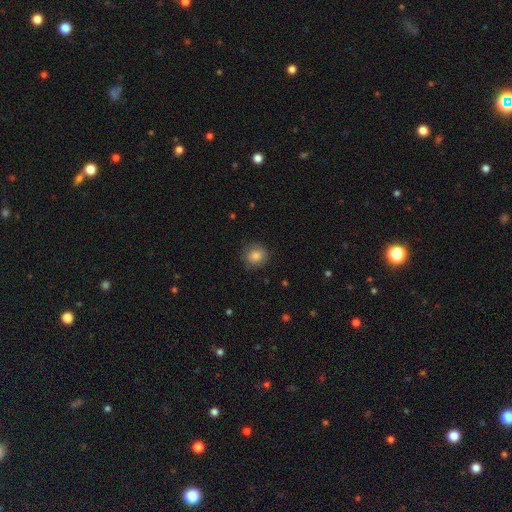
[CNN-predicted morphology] type=smooth (83%); roundness=round (84%); merging=none (84%).